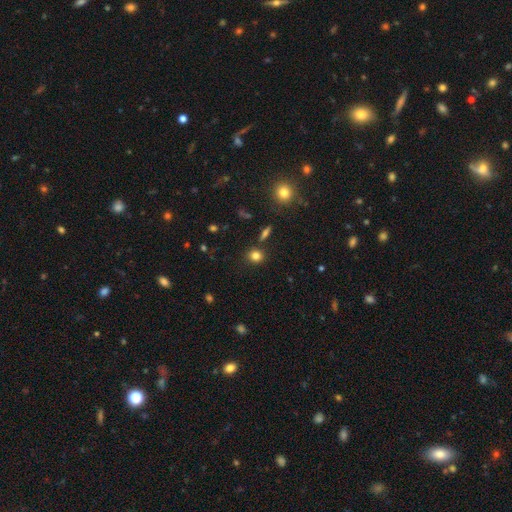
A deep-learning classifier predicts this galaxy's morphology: Smooth or featured? Predicted: smooth (p=0.81). How rounded? Predicted: round (p=0.80). Merging? Predicted: none (p=0.84).